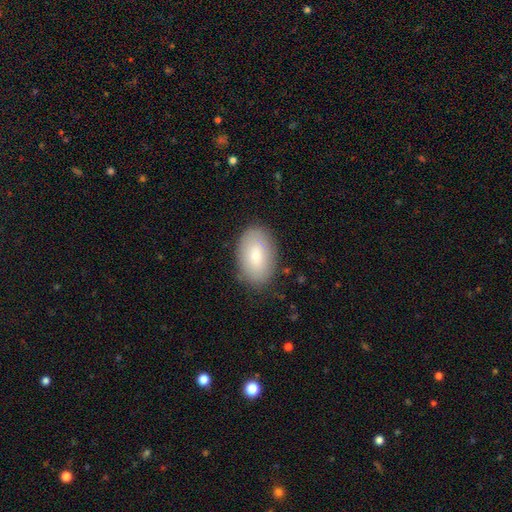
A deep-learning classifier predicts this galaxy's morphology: Smooth or featured? Predicted: smooth (p=0.75). How rounded? Predicted: in between (p=0.91). Merging? Predicted: none (p=0.83).